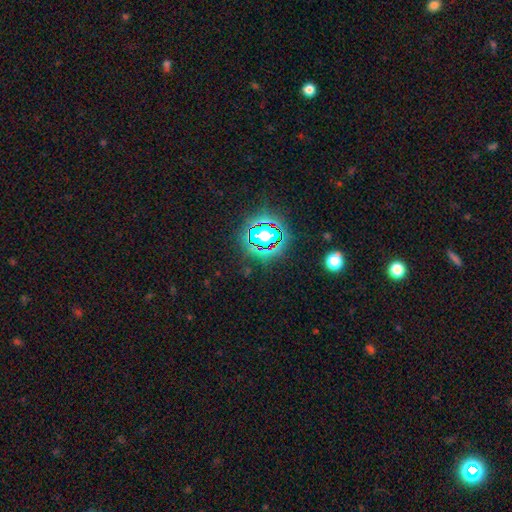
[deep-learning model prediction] star or artifact 79%, smooth 13%, featured or disk 8%.